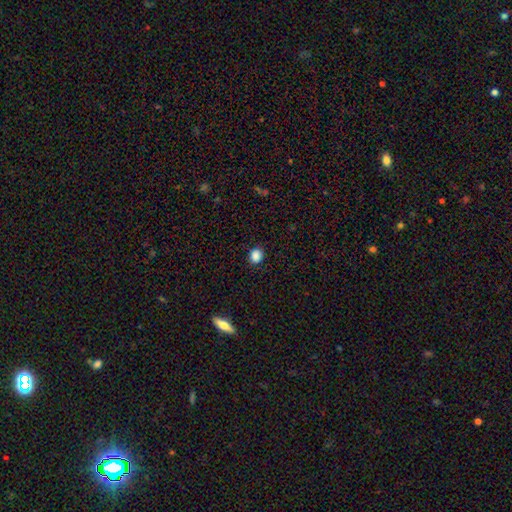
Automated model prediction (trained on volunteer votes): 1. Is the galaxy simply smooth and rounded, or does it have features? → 87% smooth, 10% star or artifact, 3% featured or disk.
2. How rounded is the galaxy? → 68% round, 31% in between, 1% cigar-shaped.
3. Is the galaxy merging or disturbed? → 90% none, 7% minor disturbance, 2% major disturbance, 1% merger.